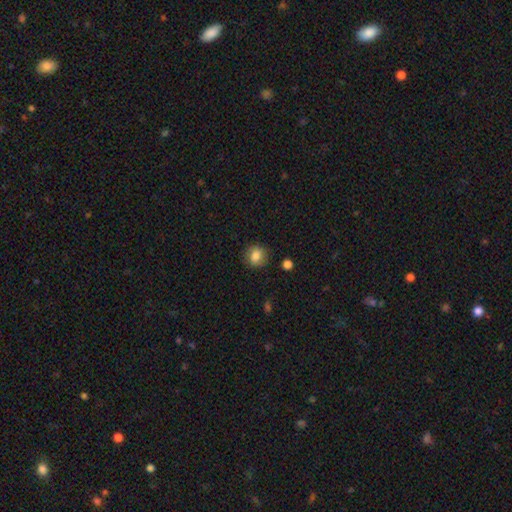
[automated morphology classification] A smooth galaxy with no disk features (83%) that is round (74%). Merging: none (84%).